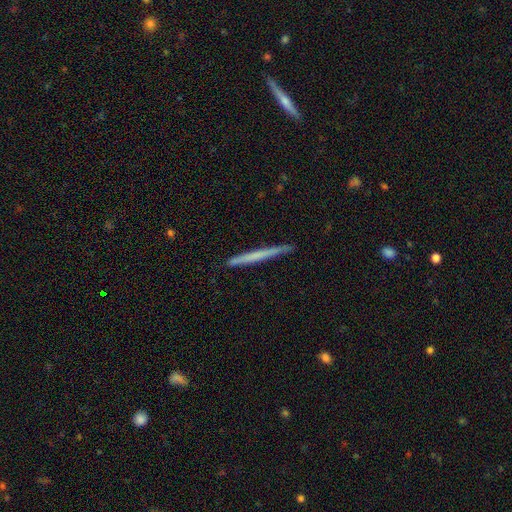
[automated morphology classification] Overall: smooth (55%; featured or disk 40%). How rounded: cigar-shaped (97%). Merging: none (90%).